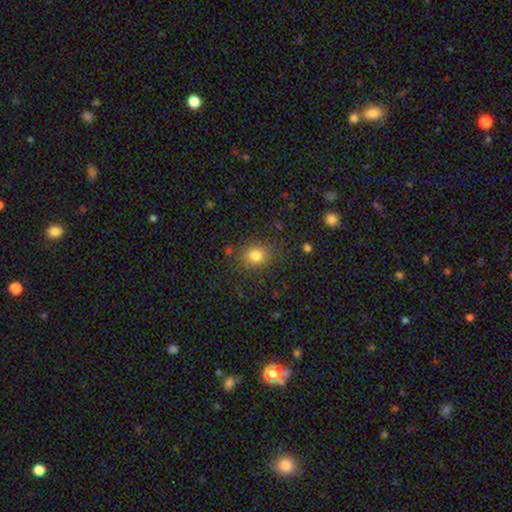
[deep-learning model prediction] smooth_or_featured: smooth (p=0.81) [alt: star or artifact p=0.12]
how_rounded: round (p=0.71) [alt: in between p=0.28]
merging: none (p=0.82) [alt: minor disturbance p=0.11]